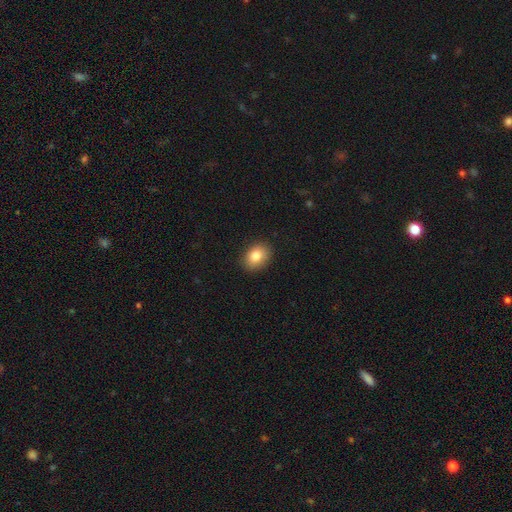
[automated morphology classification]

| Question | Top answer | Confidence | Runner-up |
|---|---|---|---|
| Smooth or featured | smooth | 84% | star or artifact (9%) |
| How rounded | in between | 70% | round (29%) |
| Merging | none | 88% | minor disturbance (9%) |